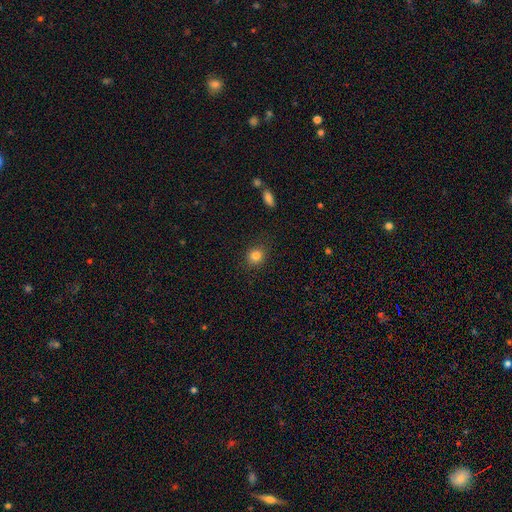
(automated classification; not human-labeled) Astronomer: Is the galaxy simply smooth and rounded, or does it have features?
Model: smooth — 83%.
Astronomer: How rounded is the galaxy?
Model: round — 80%.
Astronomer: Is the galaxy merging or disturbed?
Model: none — 87%.